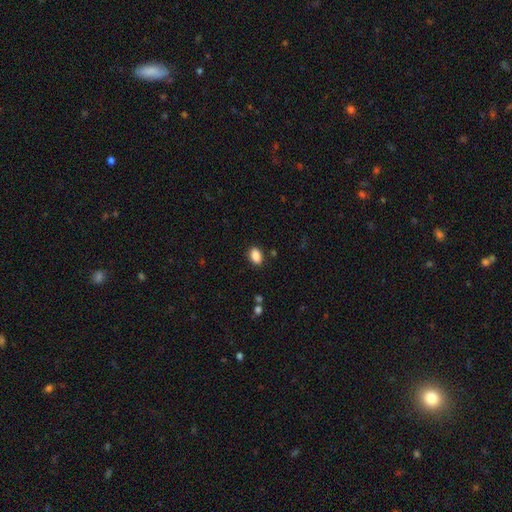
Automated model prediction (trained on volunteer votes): Overall: smooth (89%). How rounded: in between (84%). Merging: none (87%).